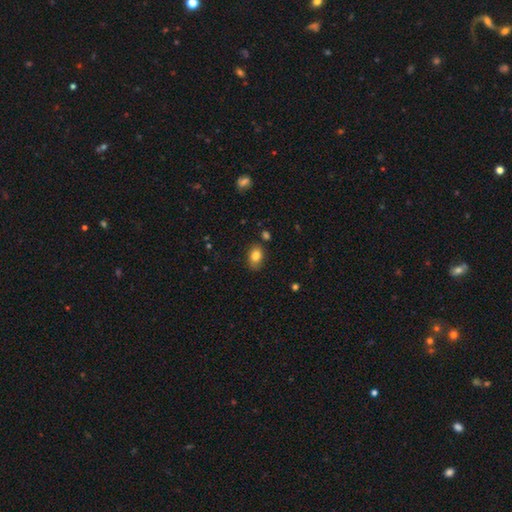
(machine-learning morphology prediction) smooth_or_featured: smooth (p=0.83) [alt: star or artifact p=0.09]
how_rounded: in between (p=0.78) [alt: round p=0.21]
merging: none (p=0.78) [alt: minor disturbance p=0.16]